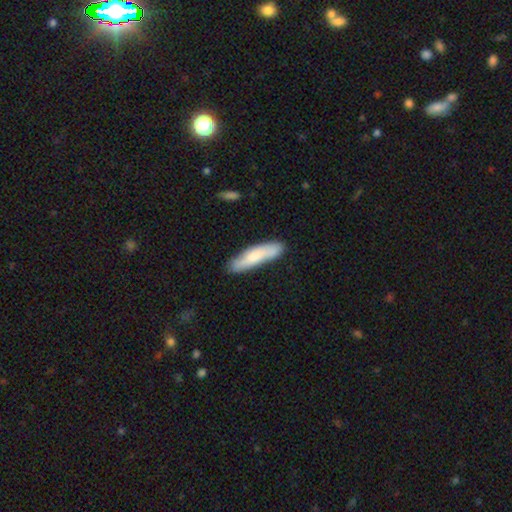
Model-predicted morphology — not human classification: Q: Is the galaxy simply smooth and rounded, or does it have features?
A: smooth — 72%.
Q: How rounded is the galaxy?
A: cigar-shaped — 78%.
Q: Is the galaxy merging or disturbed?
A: none — 83%.